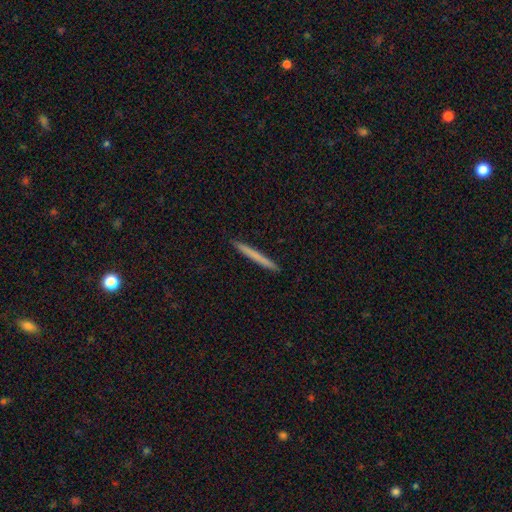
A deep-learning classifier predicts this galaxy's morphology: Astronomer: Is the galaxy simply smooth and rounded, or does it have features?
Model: smooth — 66%.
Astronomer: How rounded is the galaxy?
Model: cigar-shaped — 97%.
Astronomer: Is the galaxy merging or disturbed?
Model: none — 93%.